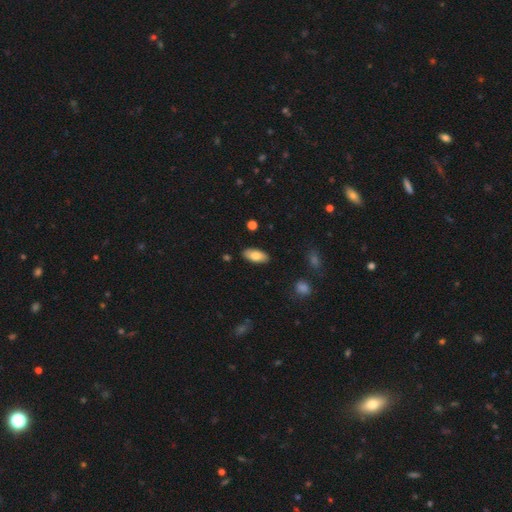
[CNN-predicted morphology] This appears to be a smooth galaxy with no disk features (80%) that is in between round and cigar-shaped (89%). Merging: none (87%).